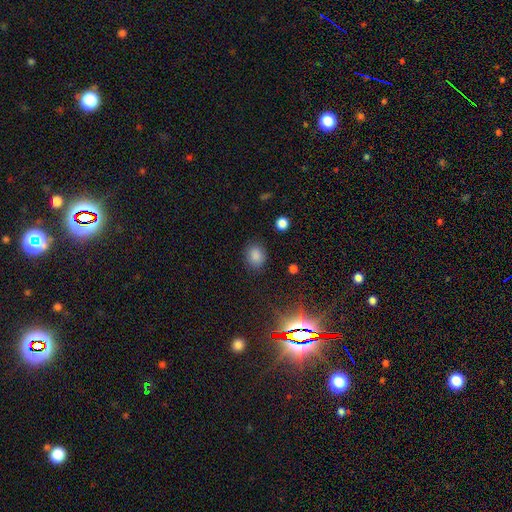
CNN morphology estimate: A smooth galaxy with no disk features (83%) that is round (55%).

Vote fractions:
- Smooth or featured? smooth: 83% / star or artifact: 13% / featured or disk: 4%
- How rounded? round: 55% / in between: 44% / cigar-shaped: 1%
- Merging? none: 84% / minor disturbance: 11% / major disturbance: 3% / merger: 2%